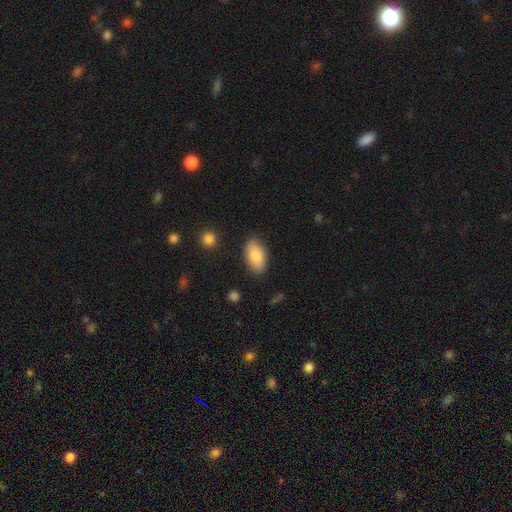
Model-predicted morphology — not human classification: smooth-or-featured: smooth: 84% | featured or disk: 10% | star or artifact: 6%
  how-rounded: in between: 93% | cigar-shaped: 3% | round: 3%
  merging: none: 85% | minor disturbance: 10% | major disturbance: 3% | merger: 2%